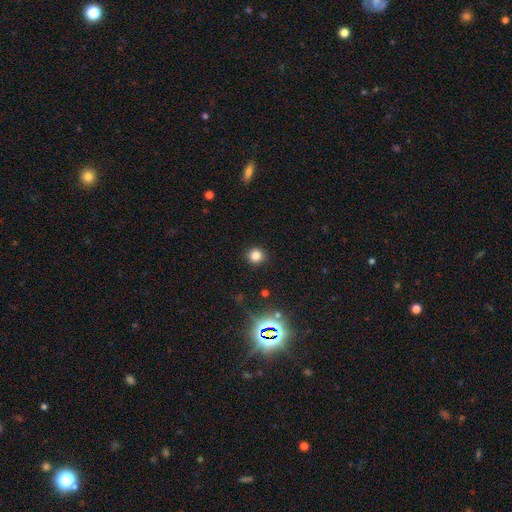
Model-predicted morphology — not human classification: smooth-or-featured: smooth: 79% | star or artifact: 16% | featured or disk: 5%
  how-rounded: round: 92% | in between: 7% | cigar-shaped: 1%
  merging: none: 90% | minor disturbance: 6% | major disturbance: 2% | merger: 1%